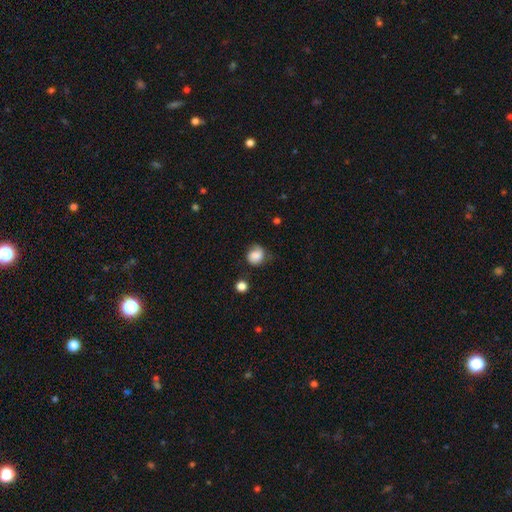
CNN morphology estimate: smooth 78%, featured or disk 13%, star or artifact 9%. Down the decision tree: how rounded — round (73%); merging — none (56%).